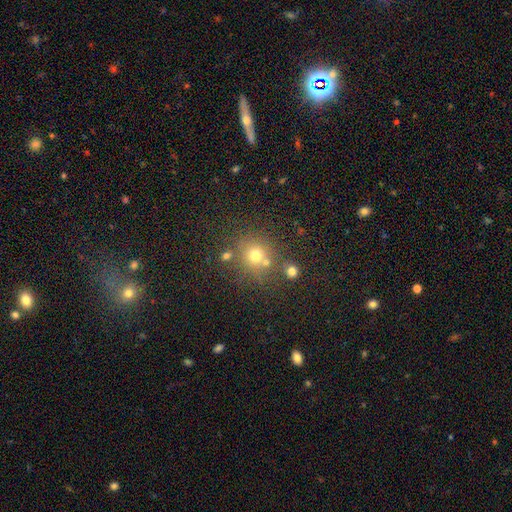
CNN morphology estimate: This appears to be a smooth galaxy with no disk features (70%) that is round (88%). Merging: none (68%).